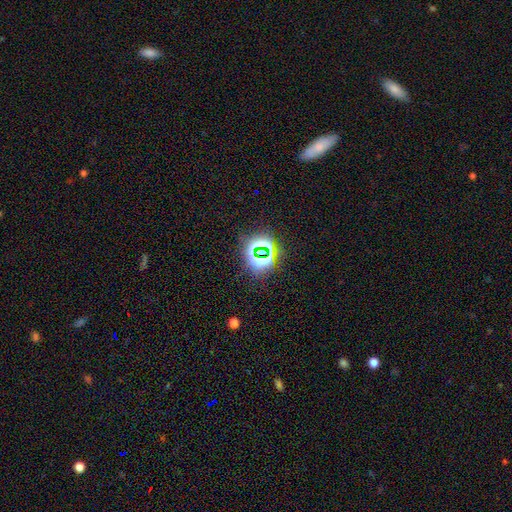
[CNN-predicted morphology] A star or artifact, not a galaxy (77%).

Vote fractions:
- Smooth or featured? star or artifact: 77% / smooth: 15% / featured or disk: 8%